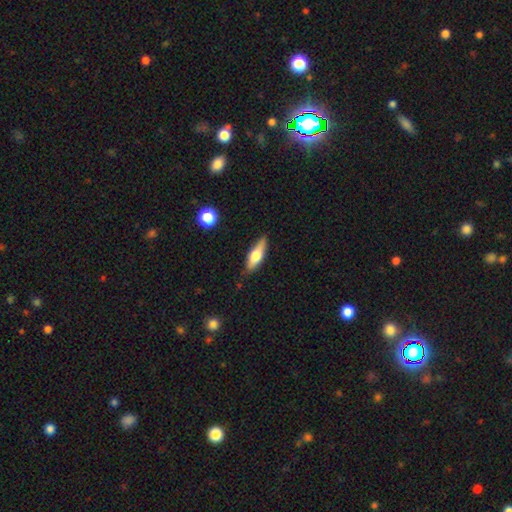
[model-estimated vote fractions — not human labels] A smooth galaxy with no disk features (58%) that is in between round and cigar-shaped (54%).

Vote fractions:
- Smooth or featured? smooth: 58% / featured or disk: 36% / star or artifact: 6%
- How rounded? in between: 54% / cigar-shaped: 43% / round: 3%
- Merging? none: 83% / minor disturbance: 13% / major disturbance: 2% / merger: 2%